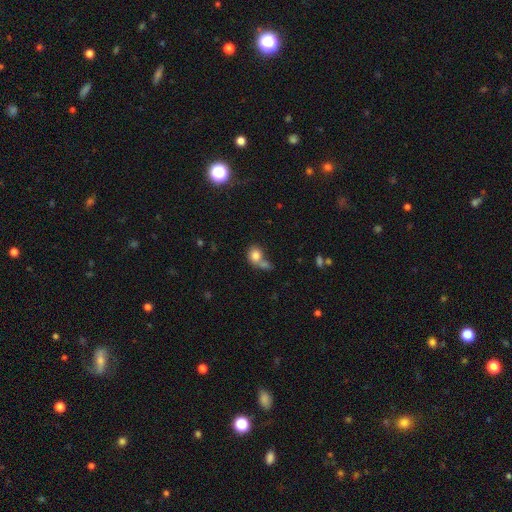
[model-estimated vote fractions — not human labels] A smooth galaxy with no disk features (79%) that is round (64%).

Vote fractions:
- Smooth or featured? smooth: 79% / featured or disk: 11% / star or artifact: 10%
- How rounded? round: 64% / in between: 35% / cigar-shaped: 2%
- Merging? merger: 46% / none: 32% / minor disturbance: 12% / major disturbance: 10%